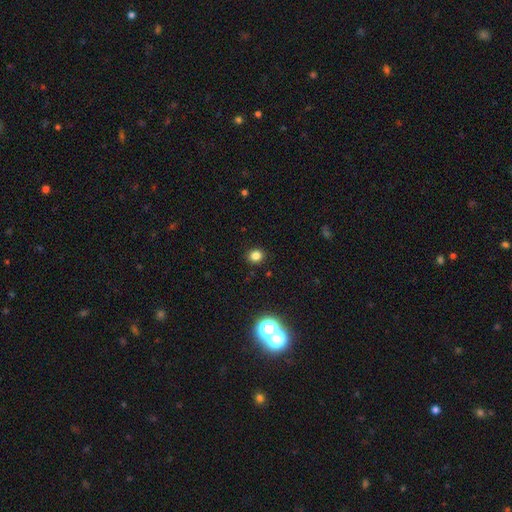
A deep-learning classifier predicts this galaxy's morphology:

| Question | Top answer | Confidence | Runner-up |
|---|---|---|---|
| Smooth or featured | smooth | 81% | star or artifact (15%) |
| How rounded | round | 80% | in between (19%) |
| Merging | none | 91% | minor disturbance (6%) |